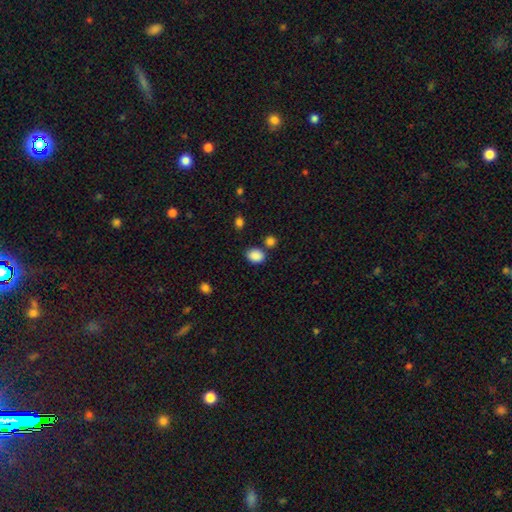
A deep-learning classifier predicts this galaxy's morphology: Overall: smooth (88%). How rounded: in between (65%; round 34%). Merging: none (73%).